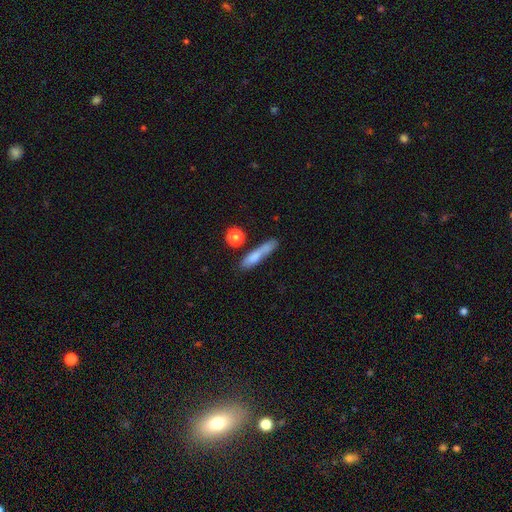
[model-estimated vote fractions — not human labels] Smooth or featured? smooth (72%)
How rounded? cigar-shaped (80%)
Merging? none (57%)